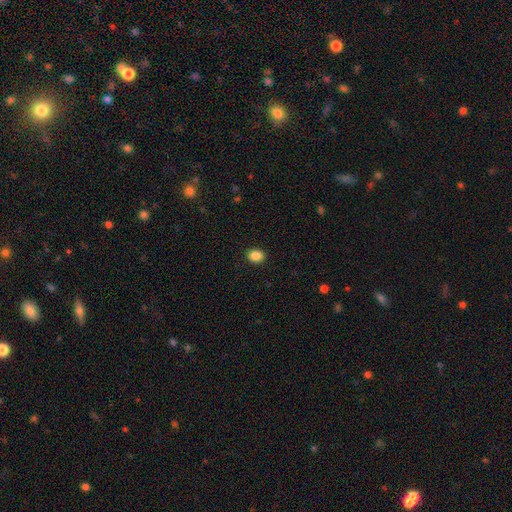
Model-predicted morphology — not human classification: This appears to be a smooth galaxy with no disk features (87%) that is round (52%). Merging: none (91%).